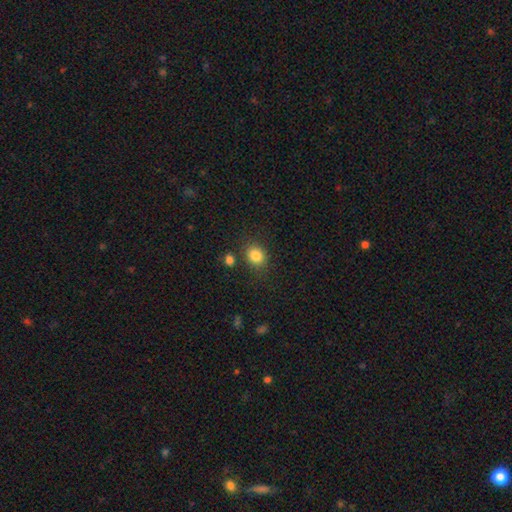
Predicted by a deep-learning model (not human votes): smooth 84%, star or artifact 11%, featured or disk 5%. Down the decision tree: how rounded — round (64%); merging — none (78%).